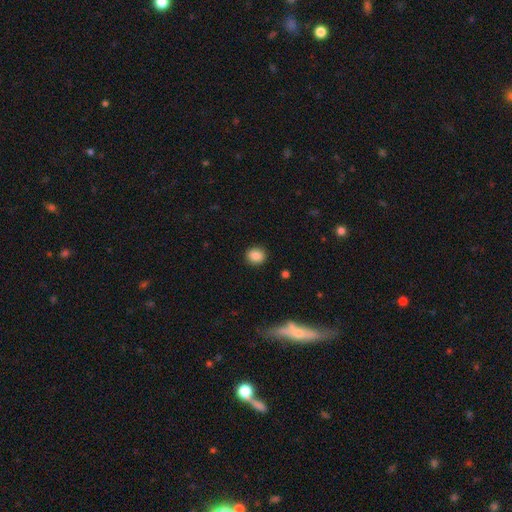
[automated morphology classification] Smooth or featured?
  - smooth: 87% *
  - star or artifact: 9%
  - featured or disk: 4%
How rounded?
  - round: 71% *
  - in between: 28%
  - cigar-shaped: 1%
Merging?
  - none: 90% *
  - minor disturbance: 7%
  - major disturbance: 2%
  - merger: 1%